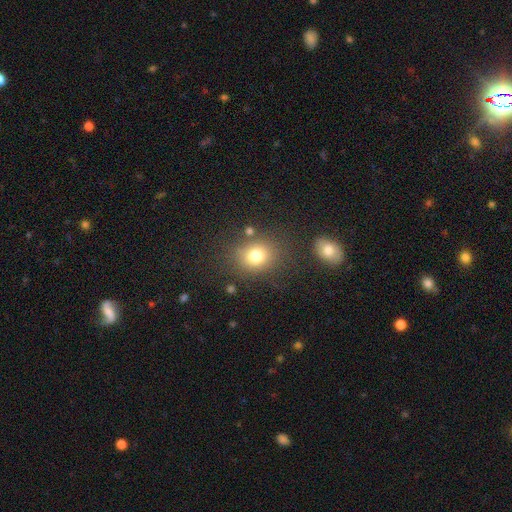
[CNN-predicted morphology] Smooth or featured? smooth (77%)
How rounded? round (67%)
Merging? none (76%)